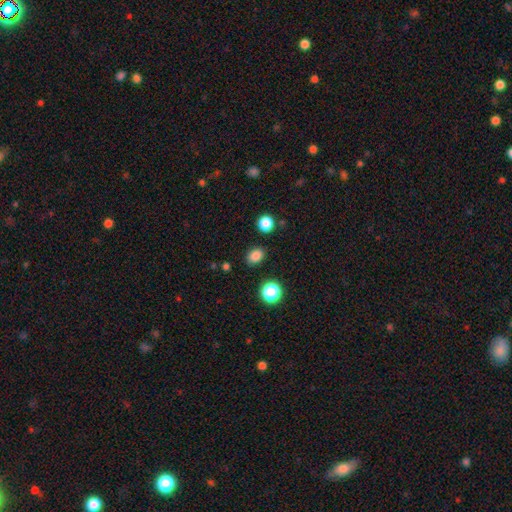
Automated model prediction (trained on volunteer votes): A smooth galaxy with no disk features (83%) that is in between round and cigar-shaped (64%). Merging: none (86%).